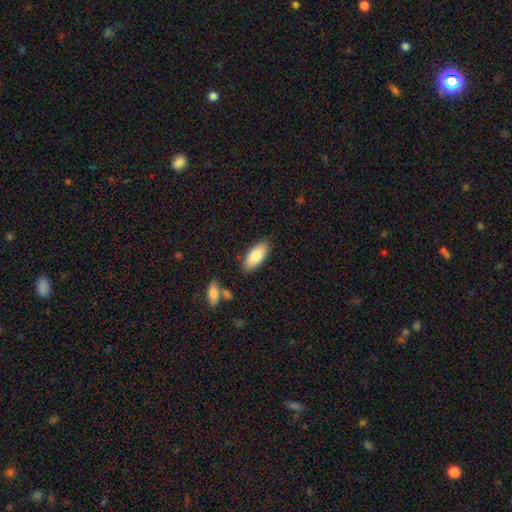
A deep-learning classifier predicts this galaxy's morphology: smooth-or-featured: smooth: 82% | featured or disk: 12% | star or artifact: 6%
  how-rounded: in between: 87% | cigar-shaped: 11% | round: 2%
  merging: none: 85% | minor disturbance: 10% | merger: 3% | major disturbance: 2%